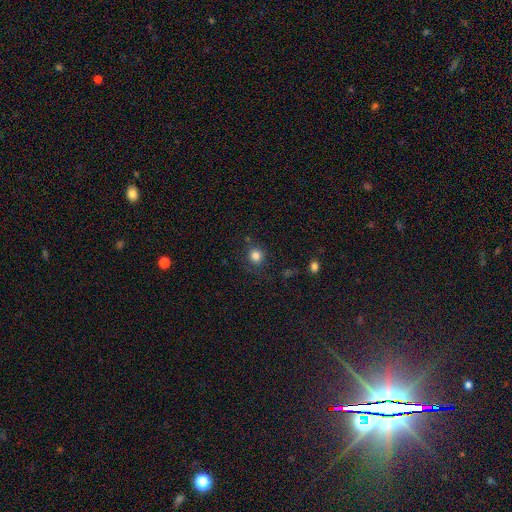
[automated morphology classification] Q: Smooth or featured?
A: smooth (82%); runner-up: star or artifact (12%)
Q: How rounded?
A: round (89%); runner-up: in between (10%)
Q: Merging?
A: none (82%); runner-up: minor disturbance (11%)